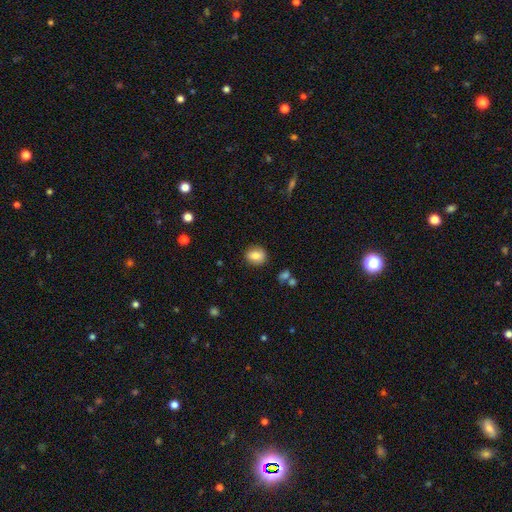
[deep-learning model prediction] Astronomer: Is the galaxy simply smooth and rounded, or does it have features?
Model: smooth — 81%.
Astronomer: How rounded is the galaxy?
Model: round — 59% (runner-up: in between, 40%).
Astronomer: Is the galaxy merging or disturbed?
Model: none — 86%.